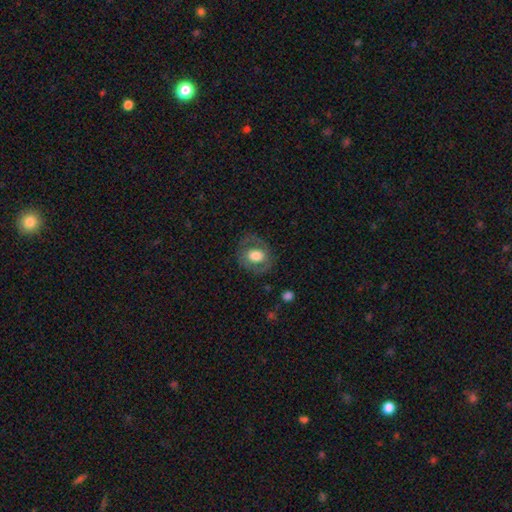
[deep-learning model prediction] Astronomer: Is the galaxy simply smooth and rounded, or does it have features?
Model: smooth — 57% (runner-up: featured or disk, 35%).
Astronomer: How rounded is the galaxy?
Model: round — 56% (runner-up: in between, 42%).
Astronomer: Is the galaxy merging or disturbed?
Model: none — 75%.